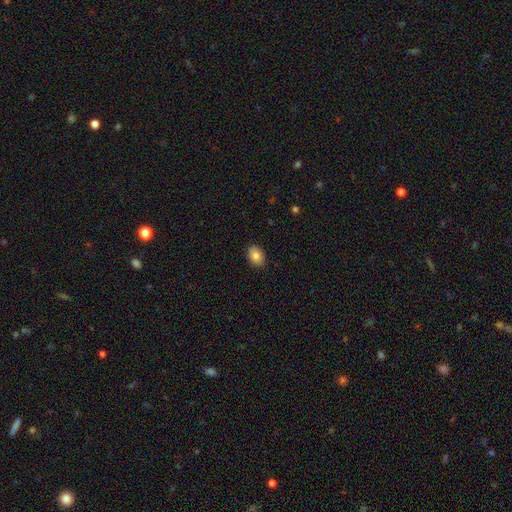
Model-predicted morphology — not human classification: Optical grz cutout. It shows a smooth galaxy with no disk features (81%) that is in between round and cigar-shaped (75%). Merging: none (87%).